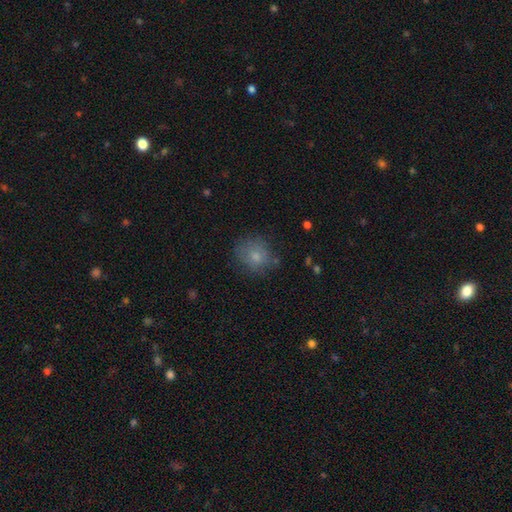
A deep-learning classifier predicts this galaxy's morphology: A smooth galaxy with no disk features (77%) that is round (71%). Merging: none (68%).